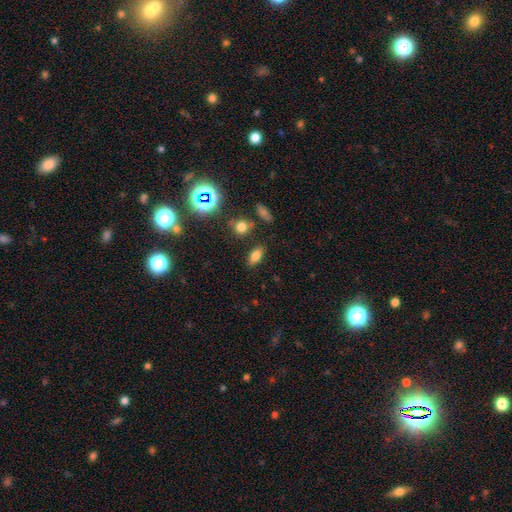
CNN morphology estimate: type=smooth (76%); roundness=in between (84%); merging=none (83%).